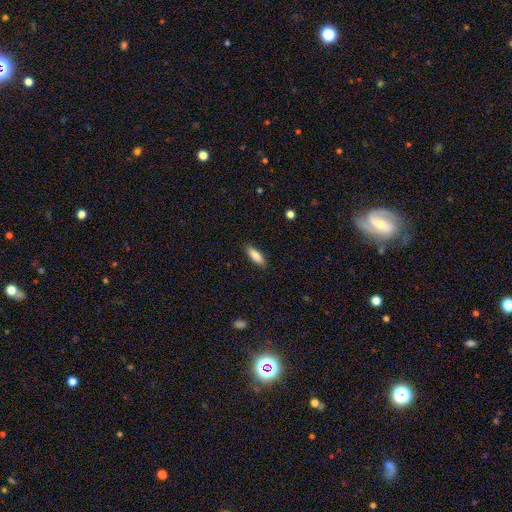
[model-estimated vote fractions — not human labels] The model was most divided on "how rounded": in between: 55%, cigar-shaped: 43%, round: 2%. More confident: merging — none (88%); smooth or featured — smooth (85%).